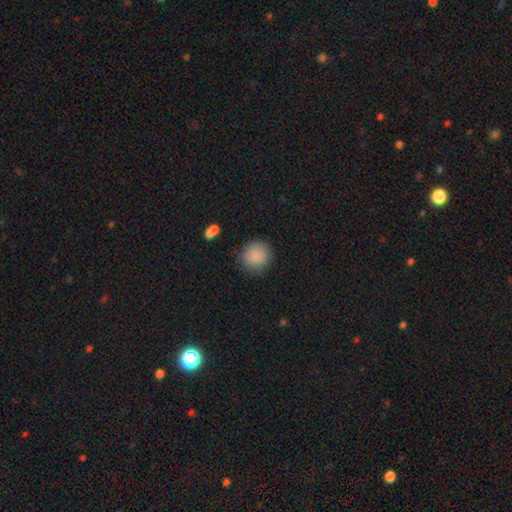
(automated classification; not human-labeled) smooth-or-featured: smooth: 87% | star or artifact: 8% | featured or disk: 5%
  how-rounded: round: 91% | in between: 8% | cigar-shaped: 1%
  merging: none: 84% | minor disturbance: 11% | major disturbance: 3% | merger: 2%